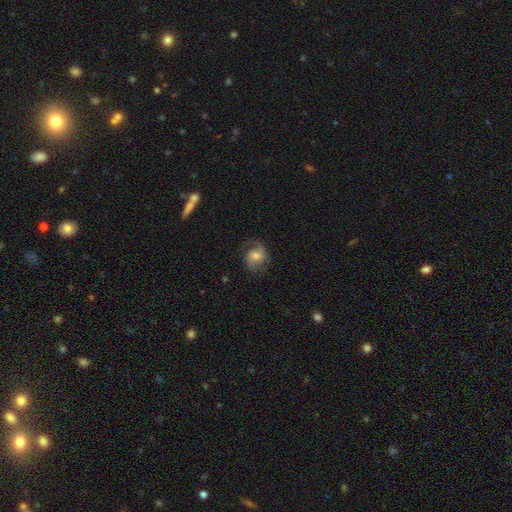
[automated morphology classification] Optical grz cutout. It shows a featured or disk galaxy (61%) with no bar (61%), 2 (63%) medium (44%) spiral arms (90%) and a moderate central bulge (60%). Merging: none (64%).